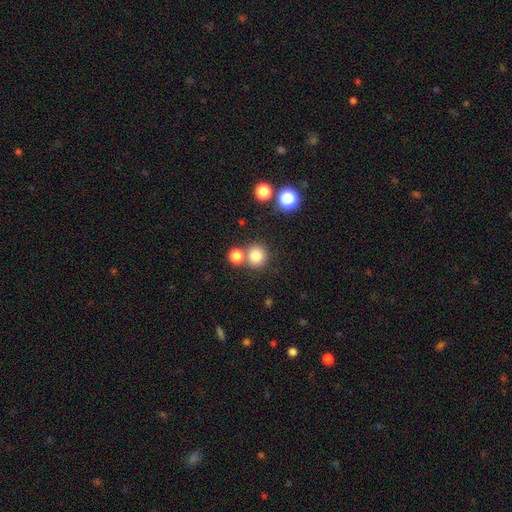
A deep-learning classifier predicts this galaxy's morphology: Smooth or featured?
  - smooth: 81% *
  - star or artifact: 13%
  - featured or disk: 6%
How rounded?
  - round: 92% *
  - in between: 7%
  - cigar-shaped: 1%
Merging?
  - none: 71% *
  - merger: 19%
  - minor disturbance: 8%
  - major disturbance: 3%